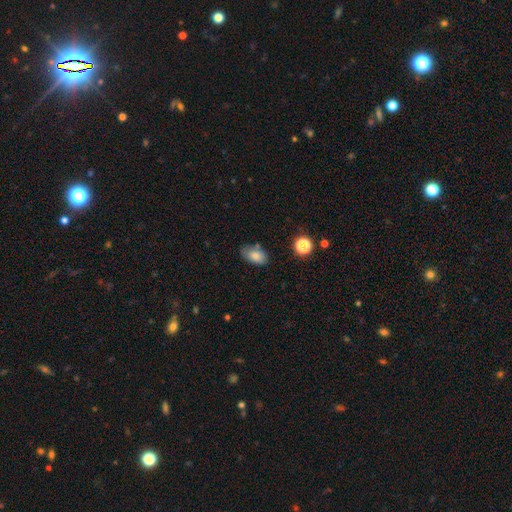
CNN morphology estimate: smooth_or_featured: smooth (p=0.77) [alt: featured or disk p=0.13]
how_rounded: in between (p=0.90) [alt: round p=0.08]
merging: none (p=0.70) [alt: minor disturbance p=0.20]